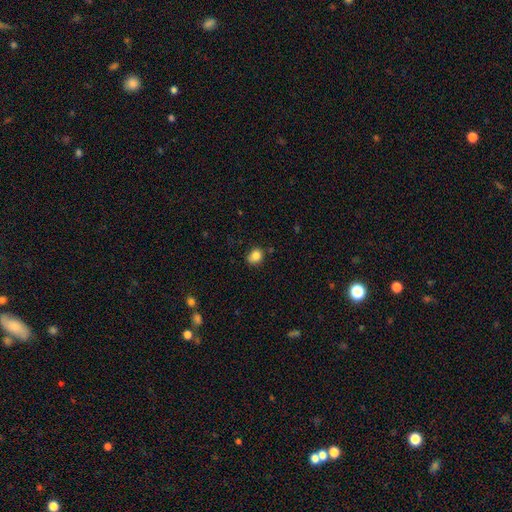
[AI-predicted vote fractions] Q: Smooth or featured?
A: smooth (82%); runner-up: star or artifact (11%)
Q: How rounded?
A: round (61%); runner-up: in between (38%)
Q: Merging?
A: none (67%); runner-up: minor disturbance (24%)